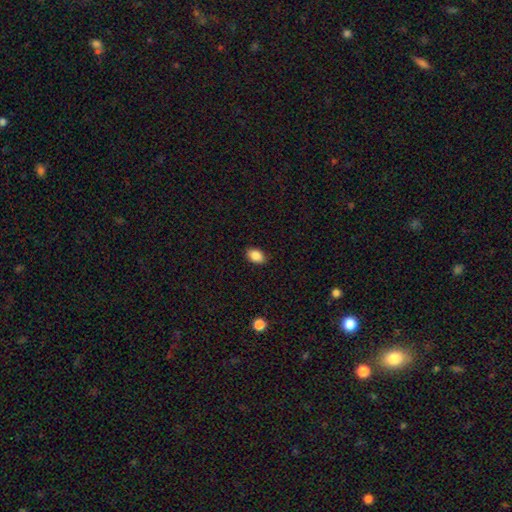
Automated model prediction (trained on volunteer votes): This appears to be a smooth galaxy with no disk features (88%) that is in between round and cigar-shaped (86%). Merging: none (87%).